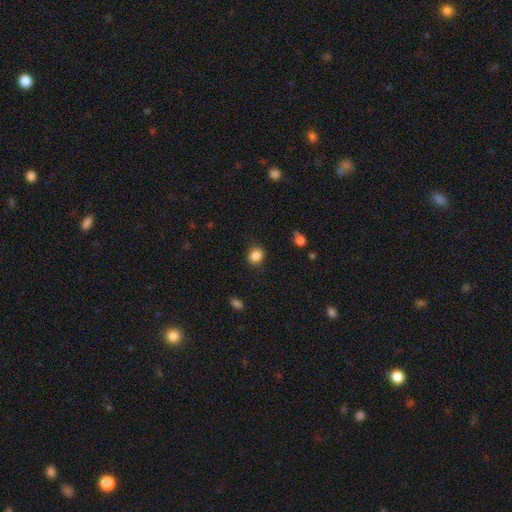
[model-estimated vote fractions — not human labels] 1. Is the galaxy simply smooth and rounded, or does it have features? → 85% smooth, 10% star or artifact, 4% featured or disk.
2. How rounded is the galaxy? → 81% round, 18% in between, 1% cigar-shaped.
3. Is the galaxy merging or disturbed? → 89% none, 8% minor disturbance, 2% major disturbance, 1% merger.